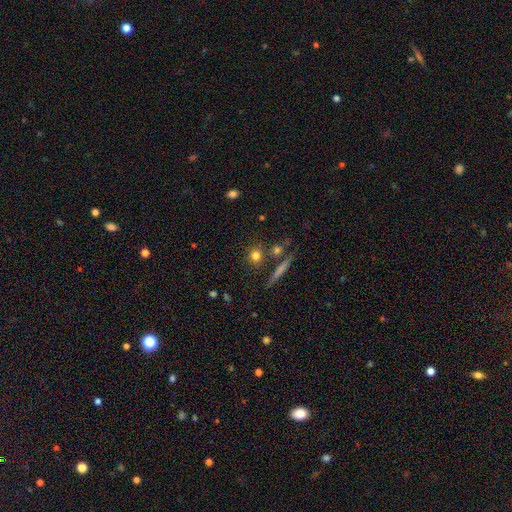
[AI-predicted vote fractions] Smooth or featured? smooth (74%)
How rounded? round (81%)
Merging? none (74%)